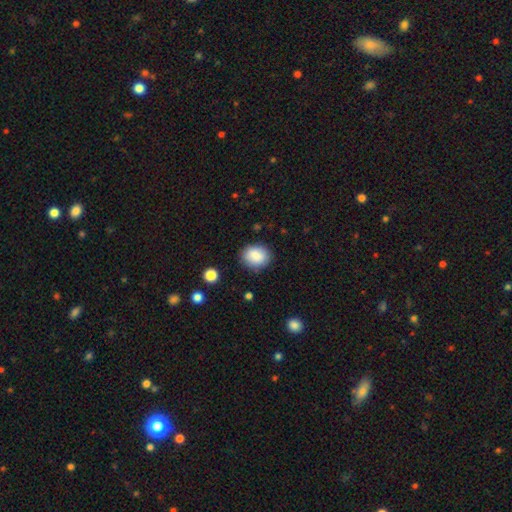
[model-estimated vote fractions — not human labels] smooth_or_featured: smooth (p=0.87) [alt: star or artifact p=0.08]
how_rounded: round (p=0.53) [alt: in between p=0.46]
merging: none (p=0.83) [alt: minor disturbance p=0.12]